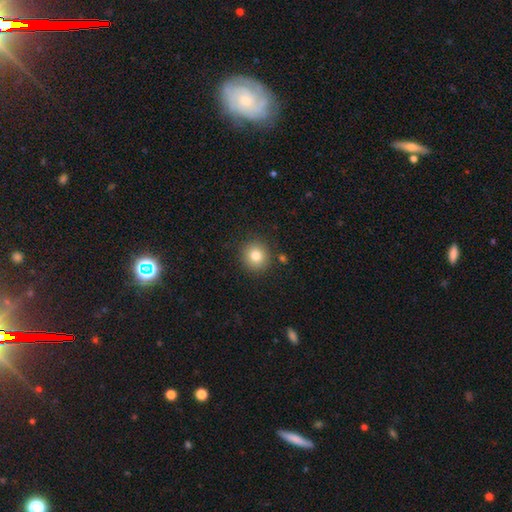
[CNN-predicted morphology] Smooth or featured: smooth — 80% (star or artifact — 11%)
How rounded: round — 93% (in between — 7%)
Merging: none — 88% (minor disturbance — 7%)